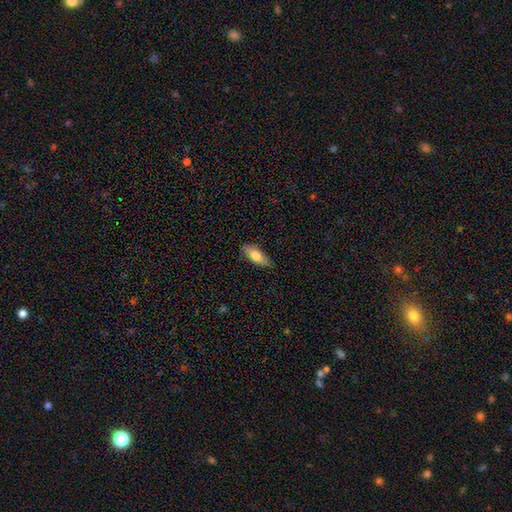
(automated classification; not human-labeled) Smooth or featured? smooth (75%)
How rounded? in between (74%)
Merging? none (79%)